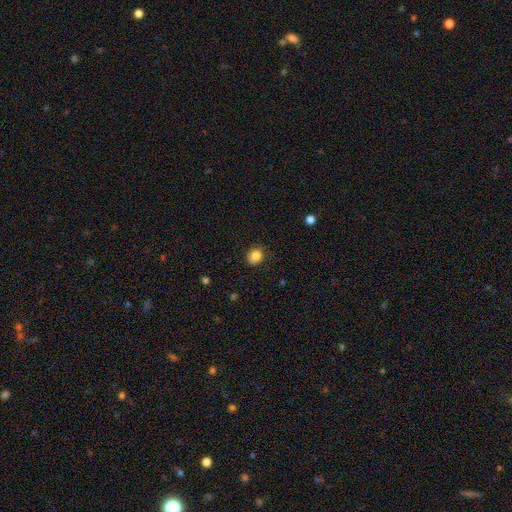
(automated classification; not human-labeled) A smooth galaxy with no disk features (84%) that is round (58%).

Vote fractions:
- Smooth or featured? smooth: 84% / star or artifact: 10% / featured or disk: 6%
- How rounded? round: 58% / in between: 41% / cigar-shaped: 1%
- Merging? none: 77% / minor disturbance: 18% / major disturbance: 4% / merger: 1%